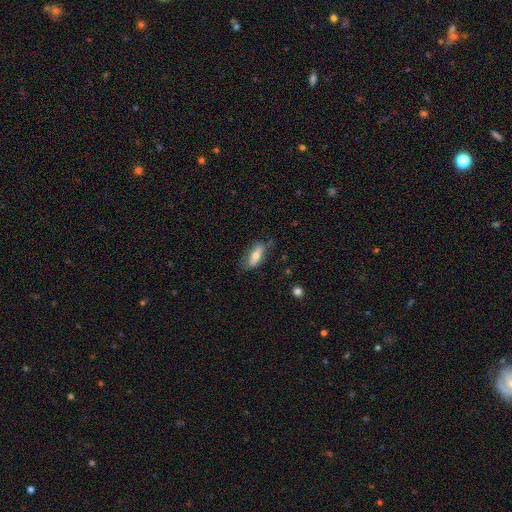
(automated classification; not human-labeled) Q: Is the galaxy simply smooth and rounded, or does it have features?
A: smooth — 64%.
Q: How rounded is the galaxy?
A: in between — 71%.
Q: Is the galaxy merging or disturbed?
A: none — 66%.